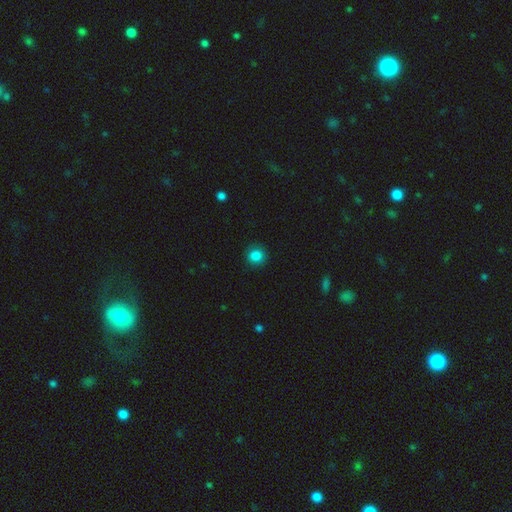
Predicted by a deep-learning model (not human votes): smooth 85%, star or artifact 10%, featured or disk 5%. Down the decision tree: how rounded — round (91%); merging — none (90%).